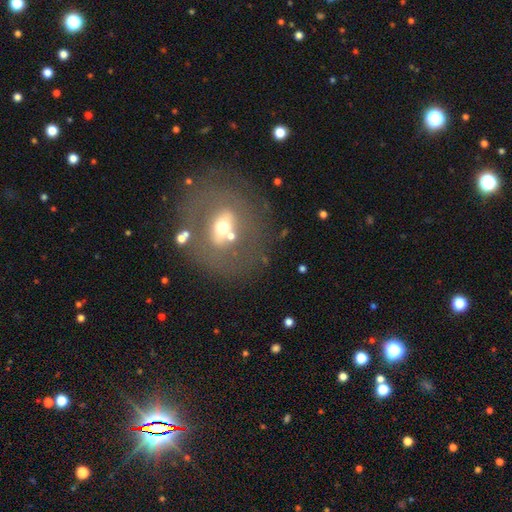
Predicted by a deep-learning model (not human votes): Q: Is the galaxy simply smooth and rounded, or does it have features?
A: featured or disk — 48%.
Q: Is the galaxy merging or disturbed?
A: none — 71%.